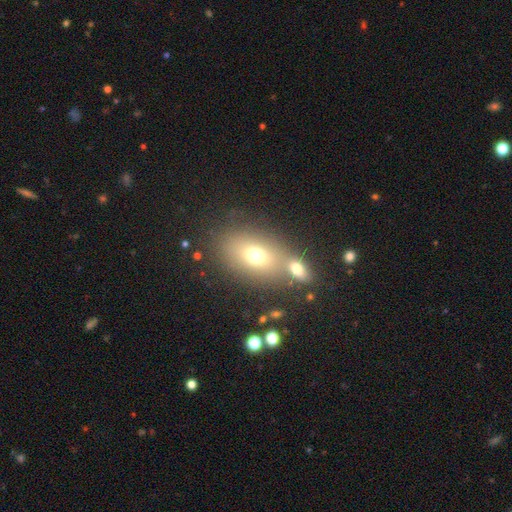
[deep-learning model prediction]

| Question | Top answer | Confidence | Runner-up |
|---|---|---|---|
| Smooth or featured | smooth | 69% | featured or disk (18%) |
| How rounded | in between | 78% | round (19%) |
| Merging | none | 52% | merger (33%) |